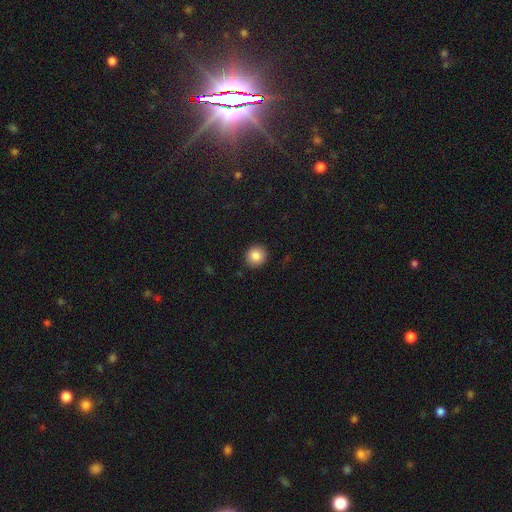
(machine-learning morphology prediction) This appears to be a smooth galaxy with no disk features (85%) that is round (87%). Merging: none (91%).